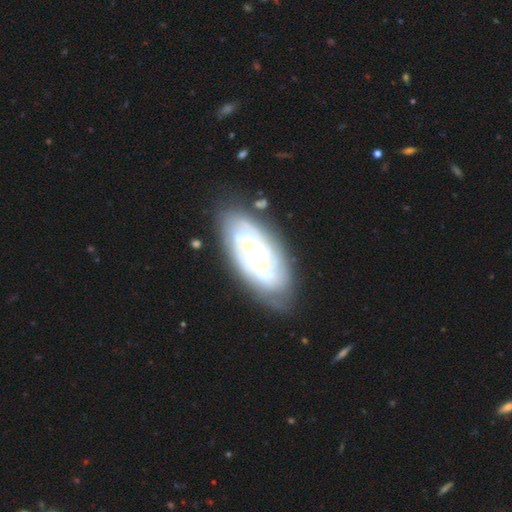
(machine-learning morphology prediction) The model was most divided on "spiral arms": yes: 60%, no: 40%. More confident: edge-on disk — no (90%); smooth or featured — featured or disk (79%); bar — no (77%); merging — none (77%); bulge size — moderate (64%).